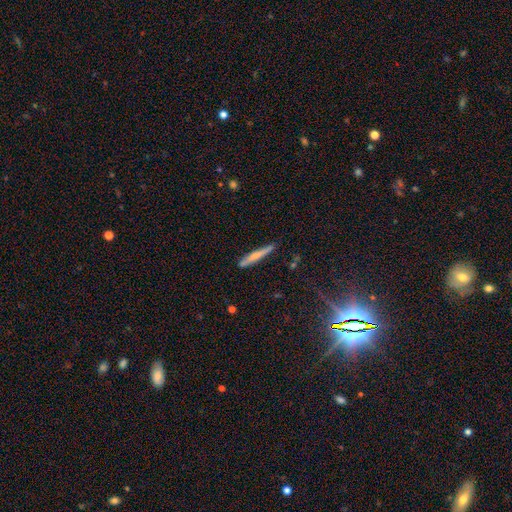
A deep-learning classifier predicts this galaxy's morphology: type=smooth (56%); roundness=cigar-shaped (95%); merging=none (83%).